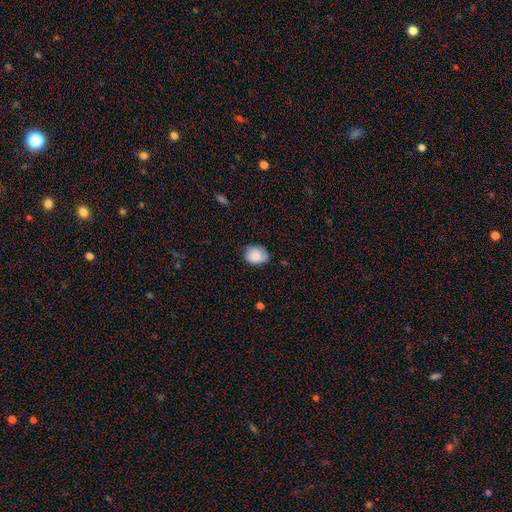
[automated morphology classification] smooth_or_featured: smooth (p=0.85) [alt: star or artifact p=0.07]
how_rounded: round (p=0.51) [alt: in between p=0.48]
merging: none (p=0.63) [alt: minor disturbance p=0.30]